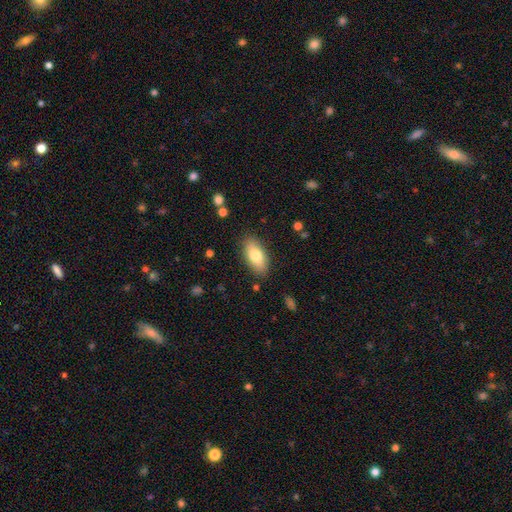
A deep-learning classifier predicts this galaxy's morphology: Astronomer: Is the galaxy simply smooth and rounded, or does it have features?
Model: smooth — 76%.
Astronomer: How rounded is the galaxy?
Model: in between — 88%.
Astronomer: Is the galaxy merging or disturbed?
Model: none — 86%.